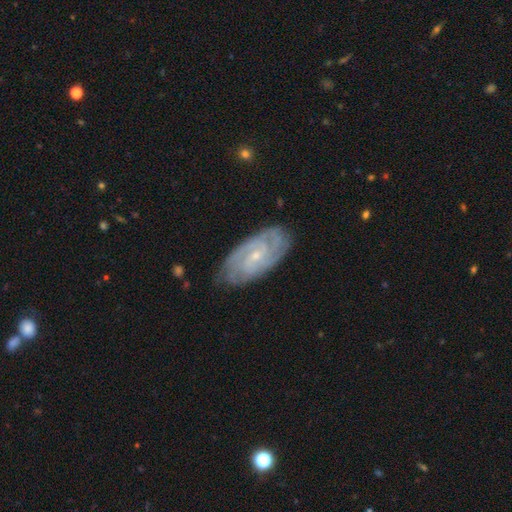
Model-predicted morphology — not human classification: type=featured or disk (86%); edge-on=no (95%); bar=no (49%); spiral arms=yes (97%); winding=tight (66%); arm count=2 (31%); bulge=small (77%); merging=none (79%).